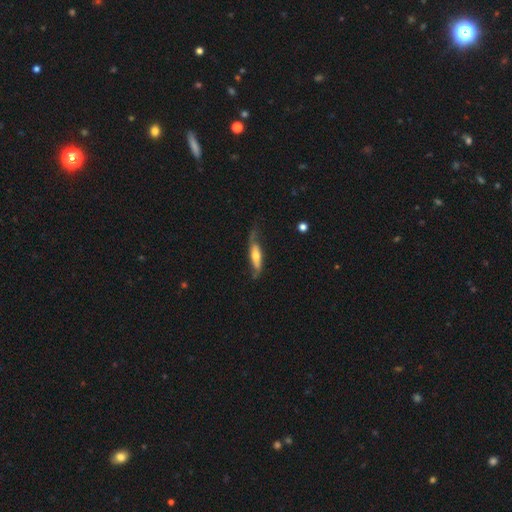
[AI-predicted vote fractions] featured or disk 56%, smooth 39%, star or artifact 5%. Down the decision tree: edge-on disk — yes (53%); merging — none (52%).